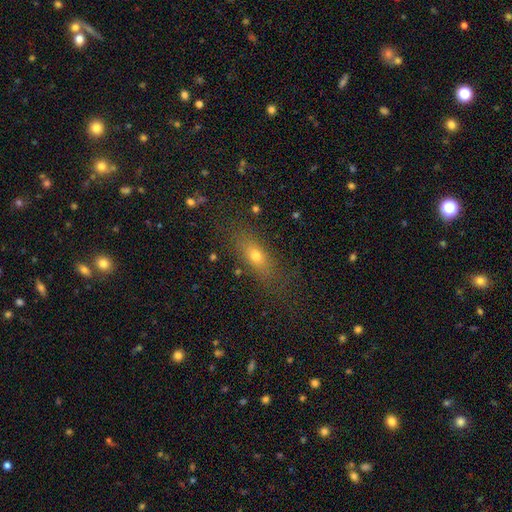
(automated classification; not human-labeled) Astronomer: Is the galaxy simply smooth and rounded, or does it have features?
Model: smooth — 66%.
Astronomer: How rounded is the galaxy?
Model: in between — 58%.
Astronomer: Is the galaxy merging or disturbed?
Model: none — 76%.